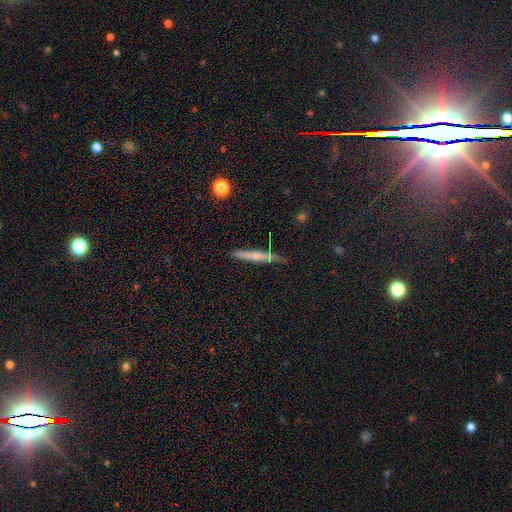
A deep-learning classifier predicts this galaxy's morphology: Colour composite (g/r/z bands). It shows a smooth galaxy with no disk features (53%) that is cigar-shaped (94%). Merging: none (85%).